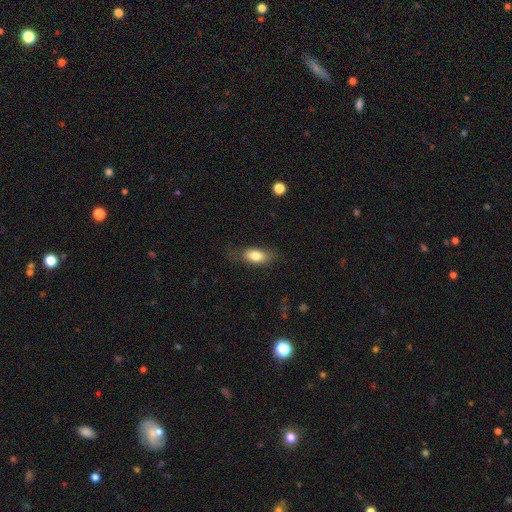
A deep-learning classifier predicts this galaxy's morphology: Smooth or featured? Predicted: smooth (p=0.80). How rounded? Predicted: in between (p=0.84). Merging? Predicted: none (p=0.72).